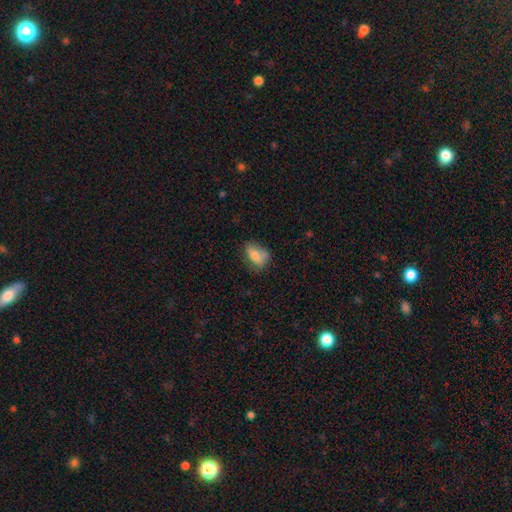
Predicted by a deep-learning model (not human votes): Smooth or featured: smooth — 74% (featured or disk — 17%)
How rounded: in between — 84% (round — 11%)
Merging: none — 53% (minor disturbance — 30%)